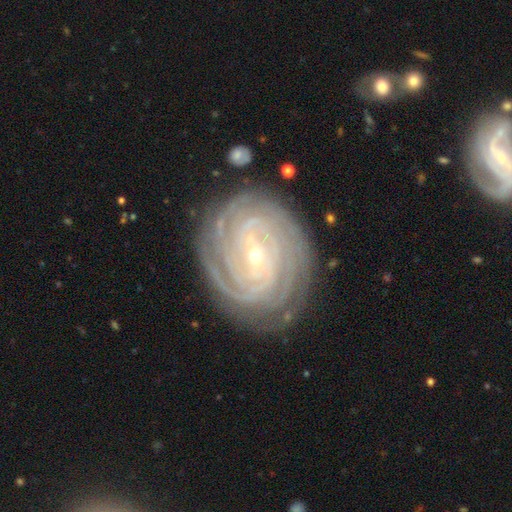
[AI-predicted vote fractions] This appears to be a featured or disk galaxy (91%) with a weak bar (40%), 4 (32%) tight (87%) spiral arms (98%) and a small central bulge (75%). Merging: none (82%).